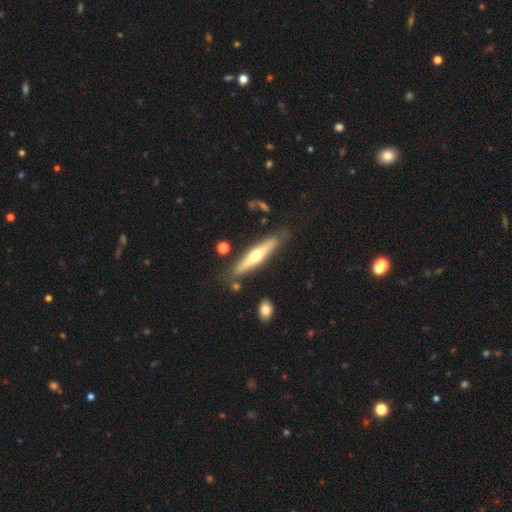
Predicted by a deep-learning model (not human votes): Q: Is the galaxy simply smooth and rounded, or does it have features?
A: featured or disk — 58%.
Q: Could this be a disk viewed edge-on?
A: yes — 92%.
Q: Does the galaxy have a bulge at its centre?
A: rounded — 89%.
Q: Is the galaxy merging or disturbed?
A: none — 81%.